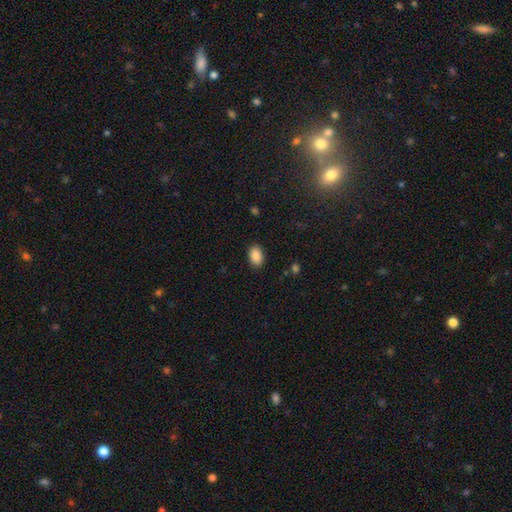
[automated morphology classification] This appears to be a smooth galaxy with no disk features (89%) that is in between round and cigar-shaped (87%). Merging: none (88%).